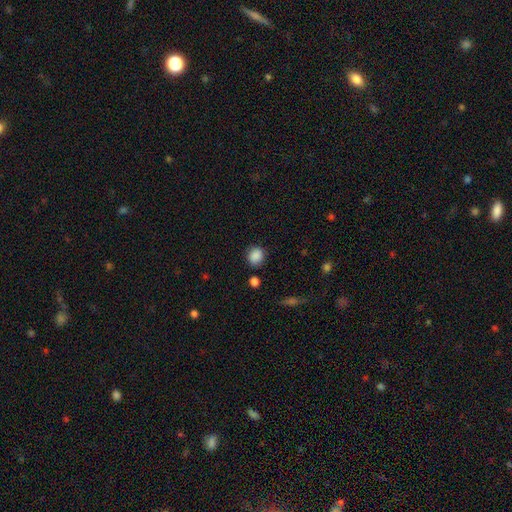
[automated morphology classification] type=smooth (87%); roundness=round (79%); merging=none (81%).